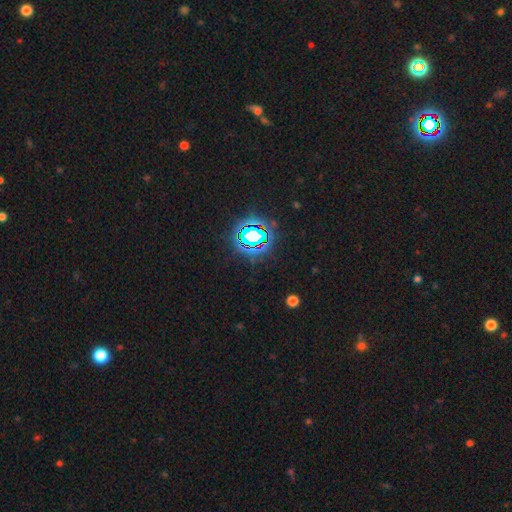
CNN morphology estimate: smooth-or-featured: star or artifact: 79% | smooth: 14% | featured or disk: 7%